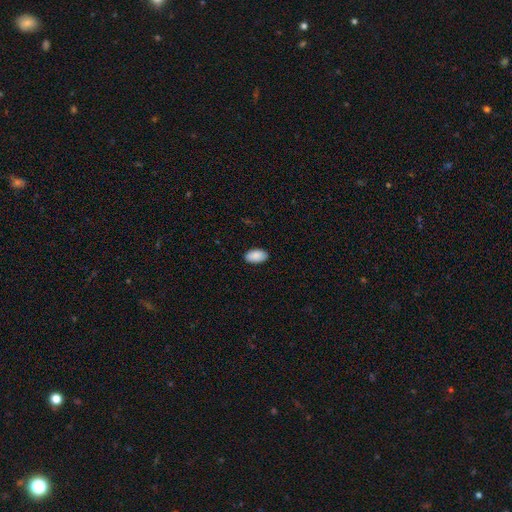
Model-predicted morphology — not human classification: The model was most divided on "merging": none: 88%, minor disturbance: 9%, major disturbance: 2%, merger: 1%. More confident: how rounded — in between (95%); smooth or featured — smooth (89%).